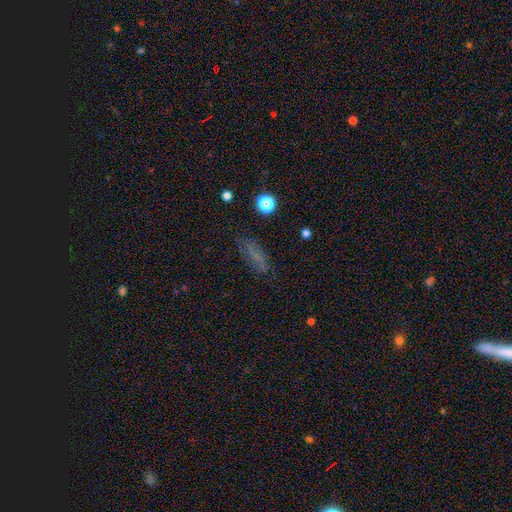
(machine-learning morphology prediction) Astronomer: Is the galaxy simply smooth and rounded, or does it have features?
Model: smooth — 50% (runner-up: featured or disk, 28%).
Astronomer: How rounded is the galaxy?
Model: in between — 56% (runner-up: cigar-shaped, 38%).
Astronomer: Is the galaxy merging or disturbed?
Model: none — 68%.